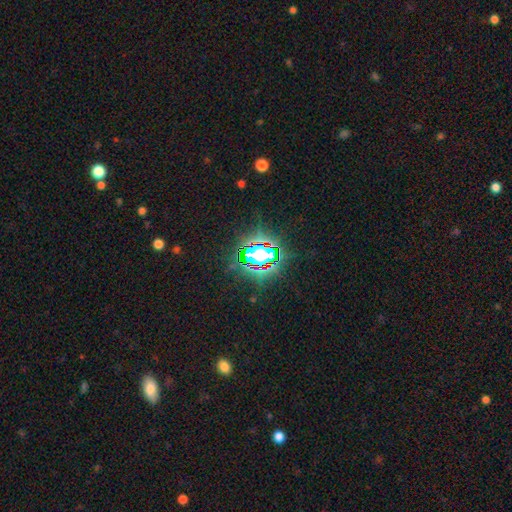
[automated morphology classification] This appears to be a star or artifact, not a galaxy (81%).